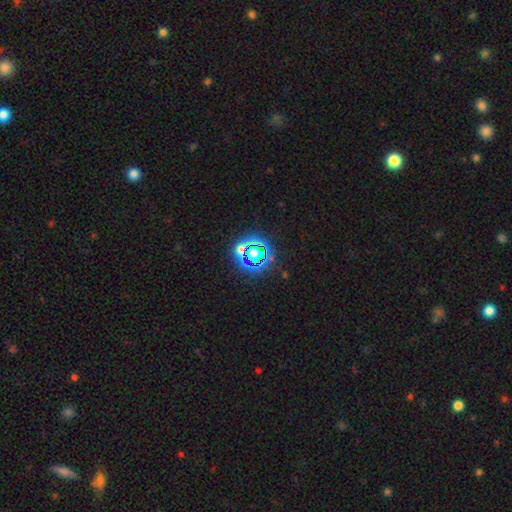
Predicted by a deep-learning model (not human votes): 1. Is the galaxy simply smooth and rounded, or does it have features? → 63% star or artifact, 25% smooth, 12% featured or disk.